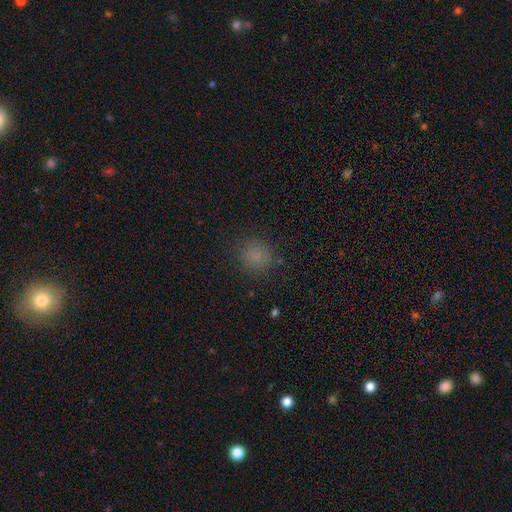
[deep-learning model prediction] Smooth or featured? smooth (80%)
How rounded? round (88%)
Merging? none (86%)